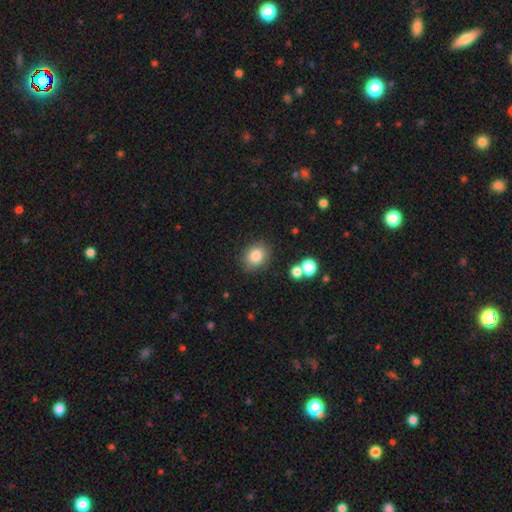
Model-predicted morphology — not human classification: A smooth galaxy with no disk features (83%) that is round (55%).

Vote fractions:
- Smooth or featured? smooth: 83% / star or artifact: 10% / featured or disk: 7%
- How rounded? round: 55% / in between: 44% / cigar-shaped: 1%
- Merging? none: 82% / minor disturbance: 10% / merger: 4% / major disturbance: 3%